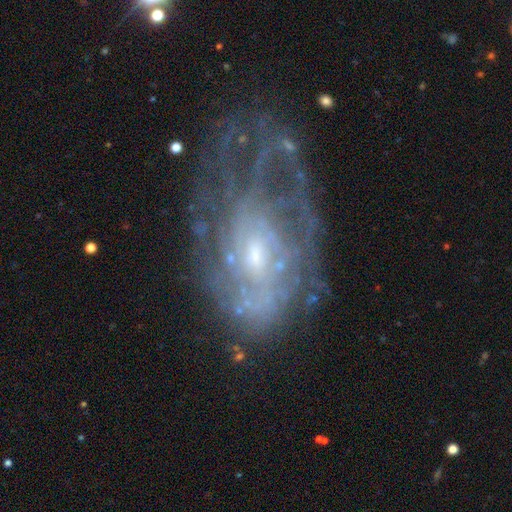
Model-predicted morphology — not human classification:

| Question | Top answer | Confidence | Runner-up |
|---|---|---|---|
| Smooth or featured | featured or disk | 79% | smooth (12%) |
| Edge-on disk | no | 96% | yes (4%) |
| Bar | no | 63% | weak (32%) |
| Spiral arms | yes | 74% | no (26%) |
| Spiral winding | tight | 54% | medium (31%) |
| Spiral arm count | can't tell | 59% | 2 (14%) |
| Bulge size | small | 58% | moderate (34%) |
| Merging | none | 48% | major disturbance (26%) |